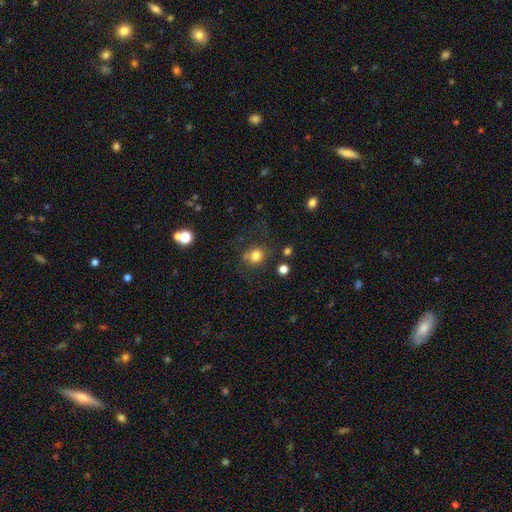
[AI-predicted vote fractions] The model was most divided on "merging": none: 64%, minor disturbance: 16%, merger: 10%, major disturbance: 9%. More confident: how rounded — round (80%); smooth or featured — smooth (78%).